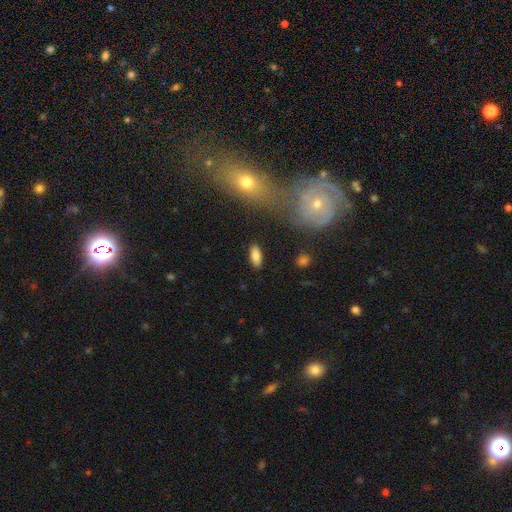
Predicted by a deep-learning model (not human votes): smooth 84%, featured or disk 9%, star or artifact 8%. Down the decision tree: how rounded — in between (83%); merging — none (86%).